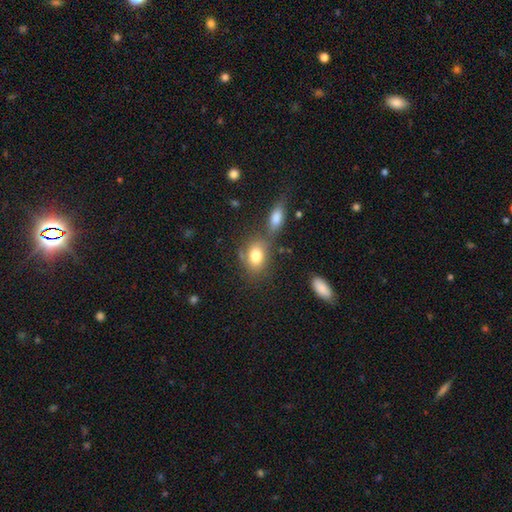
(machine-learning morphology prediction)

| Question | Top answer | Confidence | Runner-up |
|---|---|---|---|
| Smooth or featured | smooth | 79% | featured or disk (12%) |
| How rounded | in between | 72% | round (26%) |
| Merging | none | 49% | merger (29%) |